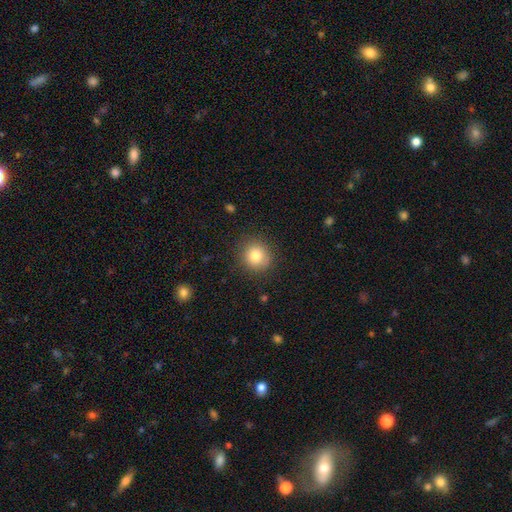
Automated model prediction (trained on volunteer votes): This appears to be a smooth galaxy with no disk features (82%) that is round (88%). Merging: none (86%).